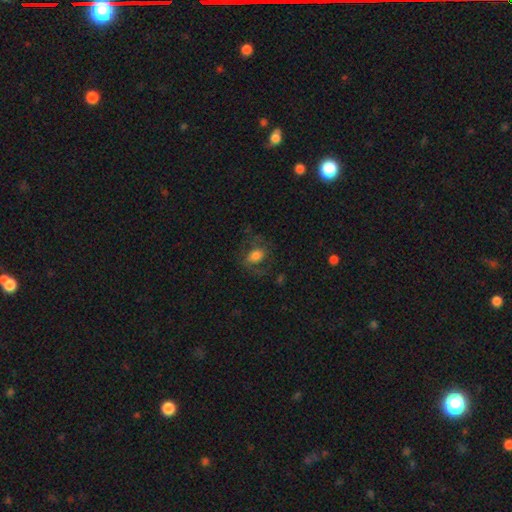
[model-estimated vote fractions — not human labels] smooth 57%, featured or disk 32%, star or artifact 11%. Down the decision tree: how rounded — in between (68%); merging — none (56%).